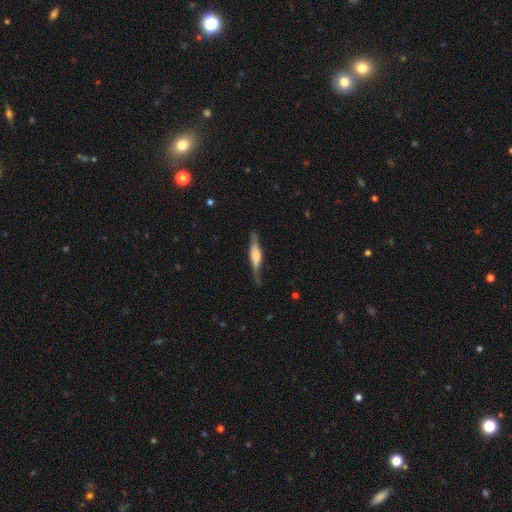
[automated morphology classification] smooth_or_featured: featured or disk (p=0.60) [alt: smooth p=0.34]
disk_edge_on: yes (p=0.94) [alt: no p=0.06]
edge_on_bulge: boxy (p=0.46) [alt: rounded p=0.45]
merging: none (p=0.77) [alt: minor disturbance p=0.16]